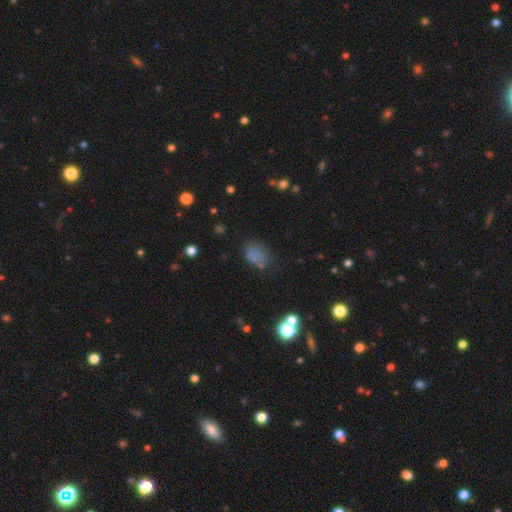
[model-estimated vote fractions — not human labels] smooth 72%, star or artifact 18%, featured or disk 11%. Down the decision tree: how rounded — in between (75%); merging — none (61%).